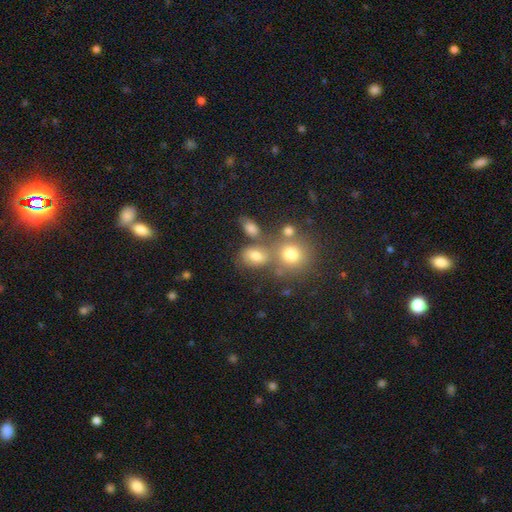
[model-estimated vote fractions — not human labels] The model was most divided on "how rounded": in between: 60%, round: 38%, cigar-shaped: 2%. More confident: smooth or featured — smooth (70%); merging — none (51%).